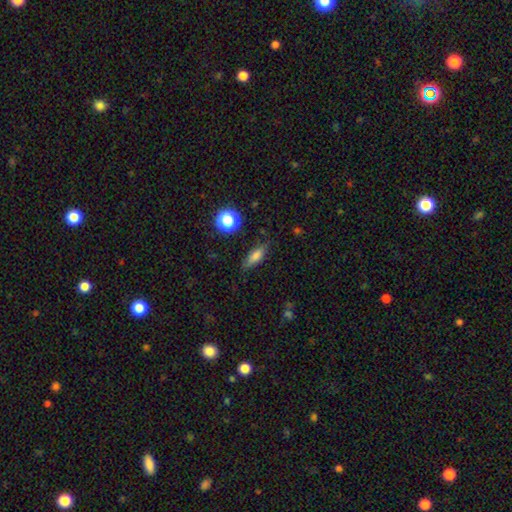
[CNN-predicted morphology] A smooth galaxy with no disk features (75%) that is in between round and cigar-shaped (56%). Merging: none (78%).